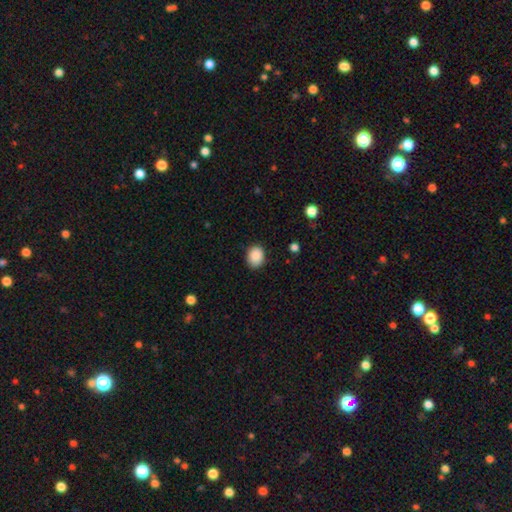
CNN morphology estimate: This appears to be a smooth galaxy with no disk features (88%) that is round (51%). Merging: none (86%).